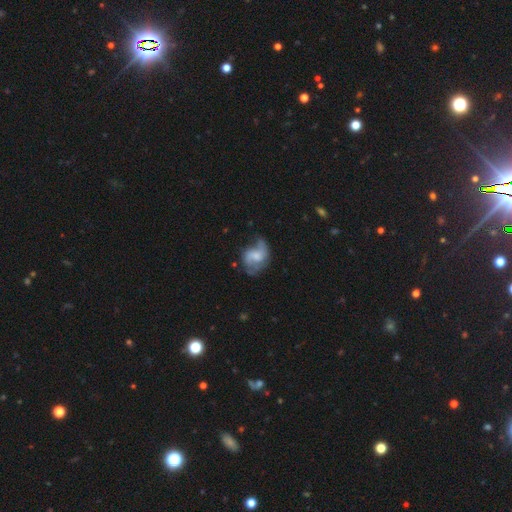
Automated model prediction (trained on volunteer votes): Smooth or featured? featured or disk (59%)
Edge-on disk? no (97%)
Bar? no (52%)
Spiral arms? yes (79%)
Bulge size? moderate (35%)
Merging? none (42%)